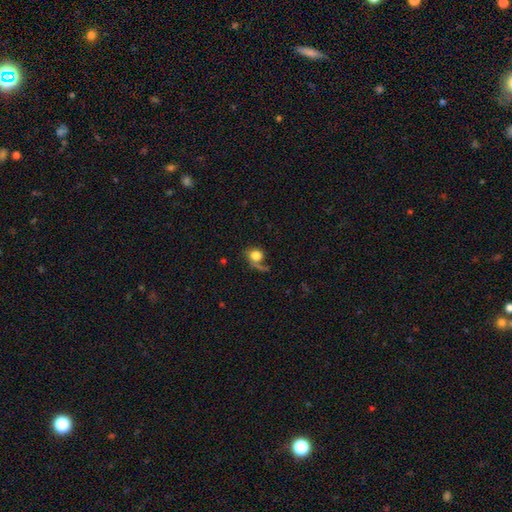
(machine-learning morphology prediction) A smooth galaxy with no disk features (70%) that is round (70%).

Vote fractions:
- Smooth or featured? smooth: 70% / featured or disk: 21% / star or artifact: 10%
- How rounded? round: 70% / in between: 29% / cigar-shaped: 2%
- Merging? none: 40% / major disturbance: 30% / minor disturbance: 21% / merger: 9%